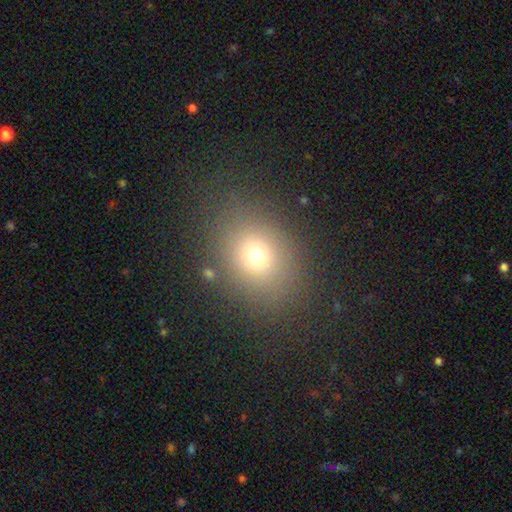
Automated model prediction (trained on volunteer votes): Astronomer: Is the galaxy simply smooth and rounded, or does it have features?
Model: smooth — 69%.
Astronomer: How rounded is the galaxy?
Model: round — 56% (runner-up: in between, 43%).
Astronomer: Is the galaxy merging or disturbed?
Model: none — 81%.